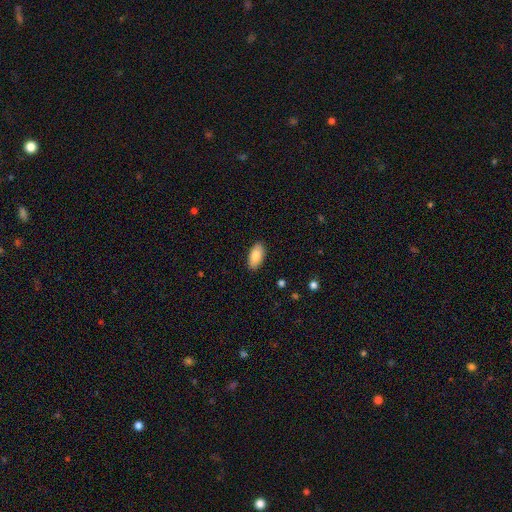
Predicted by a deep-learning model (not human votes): smooth 85%, featured or disk 9%, star or artifact 6%. Down the decision tree: how rounded — in between (93%); merging — none (89%).